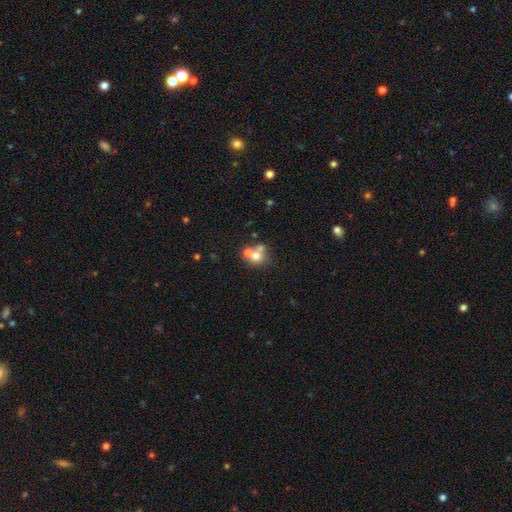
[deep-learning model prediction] smooth 63%, featured or disk 24%, star or artifact 13%. Down the decision tree: how rounded — round (77%); merging — merger (52%).